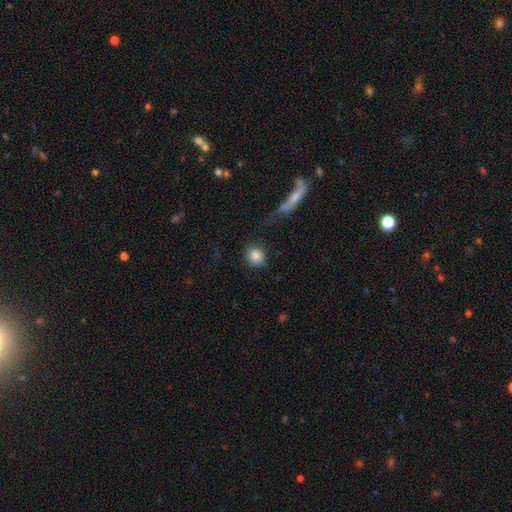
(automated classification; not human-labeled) Smooth or featured? smooth (86%)
How rounded? round (83%)
Merging? none (74%)